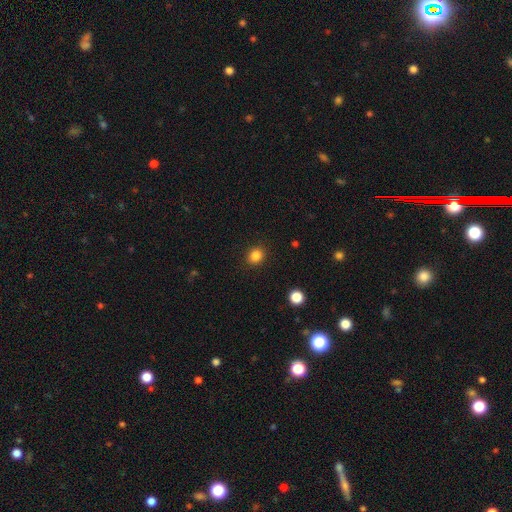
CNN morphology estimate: smooth-or-featured: smooth: 84% | star or artifact: 12% | featured or disk: 4%
  how-rounded: round: 77% | in between: 22% | cigar-shaped: 1%
  merging: none: 90% | minor disturbance: 6% | major disturbance: 2% | merger: 1%